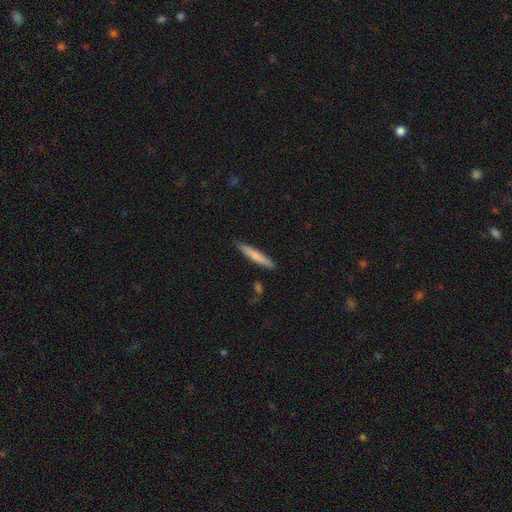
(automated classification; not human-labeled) smooth-or-featured: smooth: 71% | featured or disk: 24% | star or artifact: 5%
  how-rounded: cigar-shaped: 94% | in between: 5% | round: 1%
  merging: none: 86% | minor disturbance: 10% | merger: 2% | major disturbance: 2%